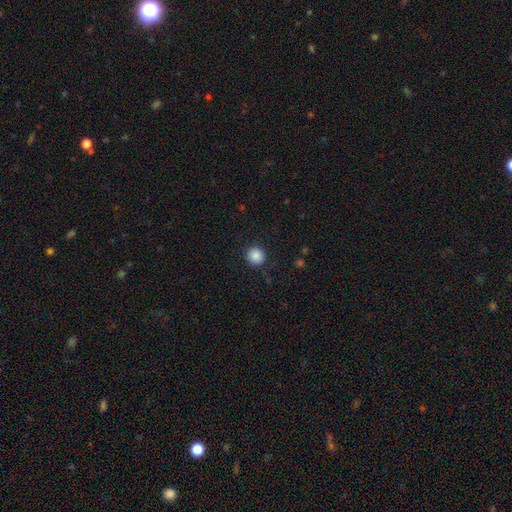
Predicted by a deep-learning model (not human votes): This appears to be a smooth galaxy with no disk features (88%) that is round (90%). Merging: none (90%).